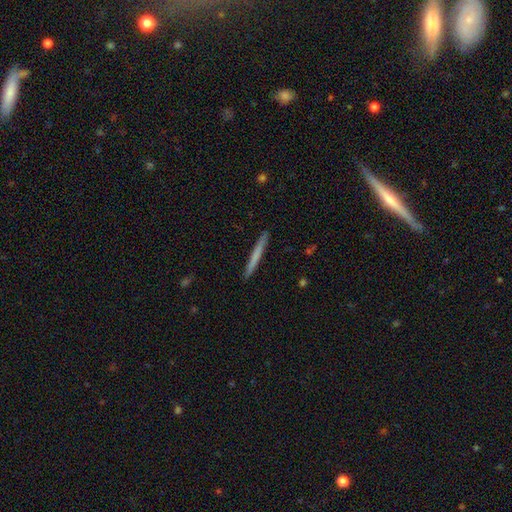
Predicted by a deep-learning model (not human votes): This is likely a smooth galaxy (64%). How rounded: clearly cigar-shaped (97%). Merging: clearly none (92%).